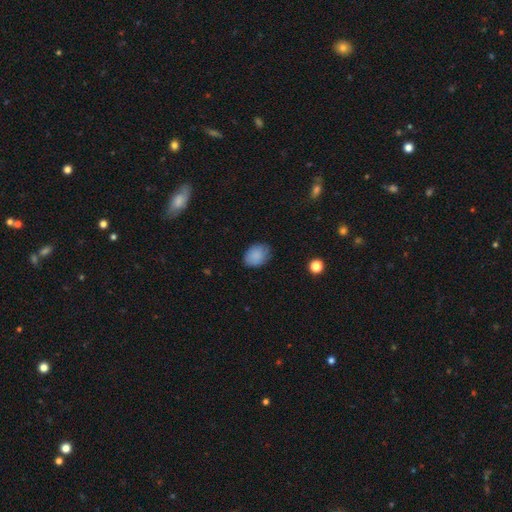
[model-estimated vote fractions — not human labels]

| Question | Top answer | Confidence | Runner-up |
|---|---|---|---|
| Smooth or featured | smooth | 86% | star or artifact (8%) |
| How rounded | in between | 67% | round (32%) |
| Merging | none | 77% | minor disturbance (18%) |